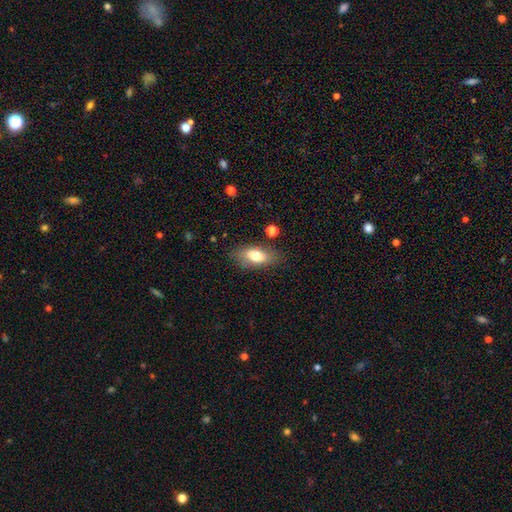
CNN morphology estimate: type=smooth (74%); roundness=in between (85%); merging=none (76%).